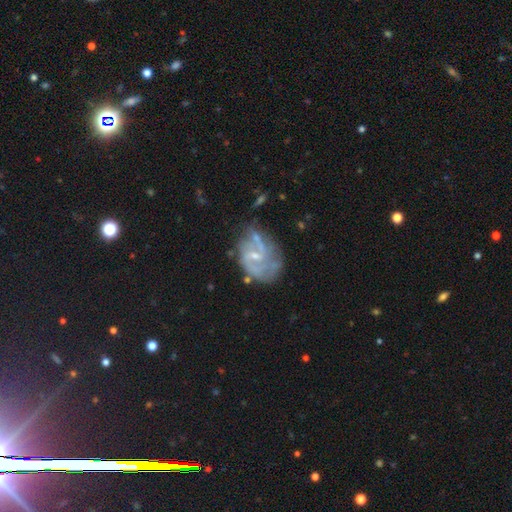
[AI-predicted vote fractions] Smooth or featured: featured or disk — 79% (smooth — 13%)
Edge-on disk: no — 98% (yes — 2%)
Bar: weak — 48% (no — 43%)
Spiral arms: yes — 85% (no — 15%)
Spiral winding: medium — 46% (tight — 30%)
Spiral arm count: 2 — 52% (can't tell — 25%)
Bulge size: small — 66% (moderate — 26%)
Merging: none — 47% (minor disturbance — 26%)